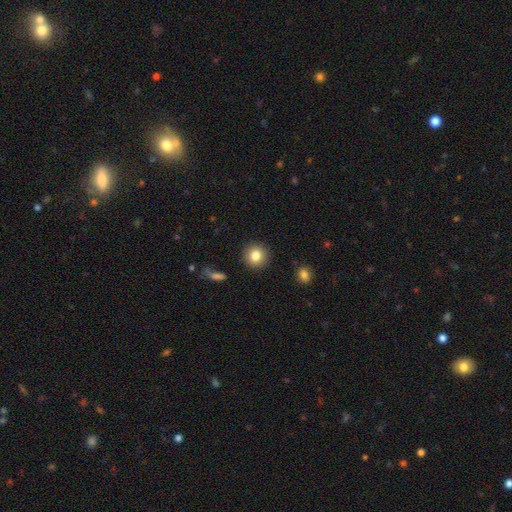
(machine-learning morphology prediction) Overall: smooth (83%). How rounded: round (92%). Merging: none (90%).